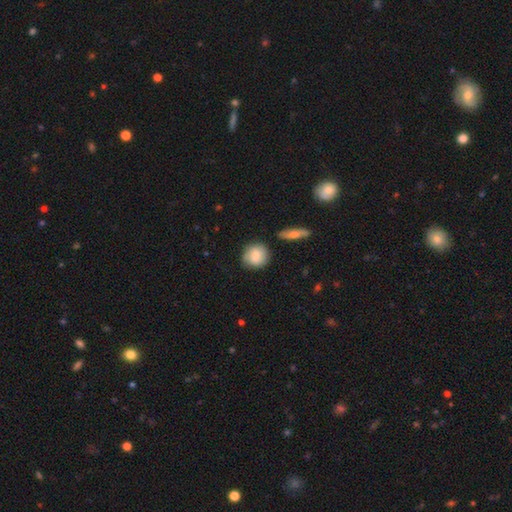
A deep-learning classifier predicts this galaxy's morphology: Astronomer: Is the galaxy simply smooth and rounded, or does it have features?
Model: smooth — 76%.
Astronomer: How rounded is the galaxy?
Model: round — 83%.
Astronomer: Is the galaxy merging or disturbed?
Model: none — 77%.